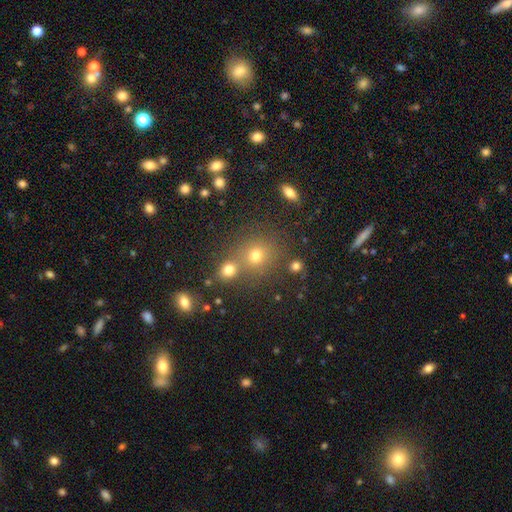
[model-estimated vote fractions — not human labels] smooth_or_featured: smooth (p=0.67) [alt: star or artifact p=0.22]
how_rounded: round (p=0.82) [alt: in between p=0.17]
merging: none (p=0.62) [alt: merger p=0.26]